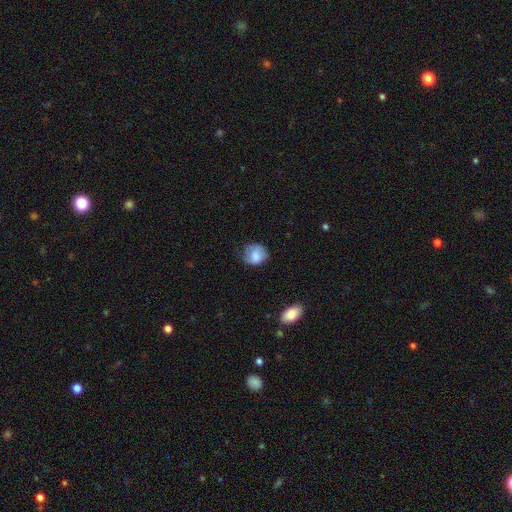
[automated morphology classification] This appears to be a smooth galaxy with no disk features (74%) that is round (70%). Merging: none (55%).